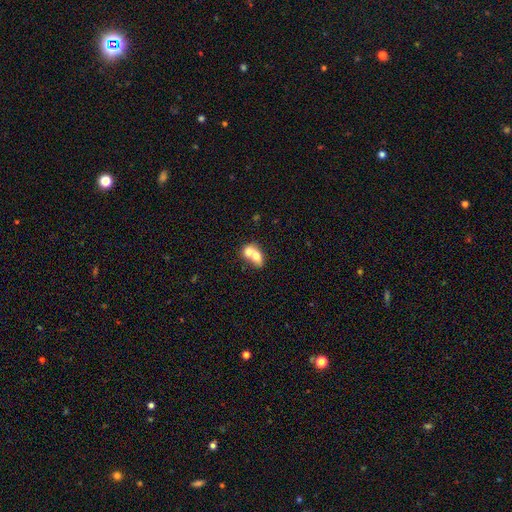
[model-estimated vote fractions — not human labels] A smooth galaxy with no disk features (67%) that is in between round and cigar-shaped (60%).

Vote fractions:
- Smooth or featured? smooth: 67% / featured or disk: 25% / star or artifact: 8%
- How rounded? in between: 60% / round: 39% / cigar-shaped: 2%
- Merging? merger: 74% / none: 17% / minor disturbance: 5% / major disturbance: 3%